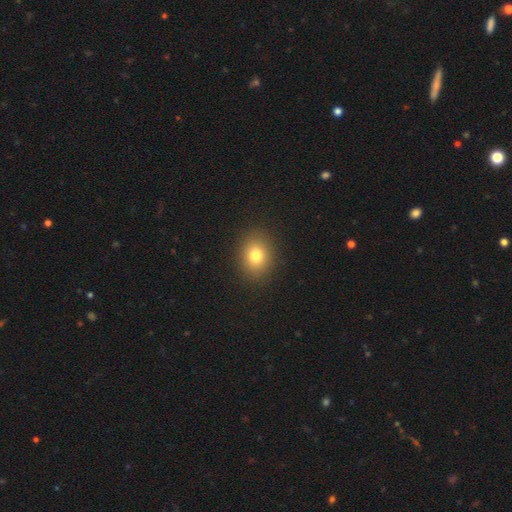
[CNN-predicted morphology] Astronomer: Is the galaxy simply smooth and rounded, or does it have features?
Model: smooth — 78%.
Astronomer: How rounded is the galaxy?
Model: in between — 50% (runner-up: round, 49%).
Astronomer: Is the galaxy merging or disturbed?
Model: none — 89%.